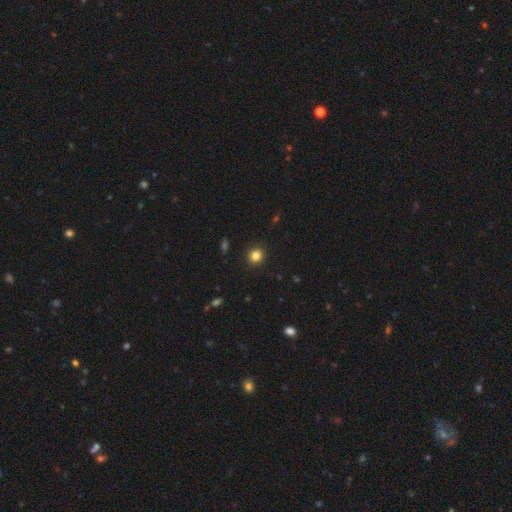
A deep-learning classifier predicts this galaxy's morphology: type=smooth (83%); roundness=round (89%); merging=none (92%).